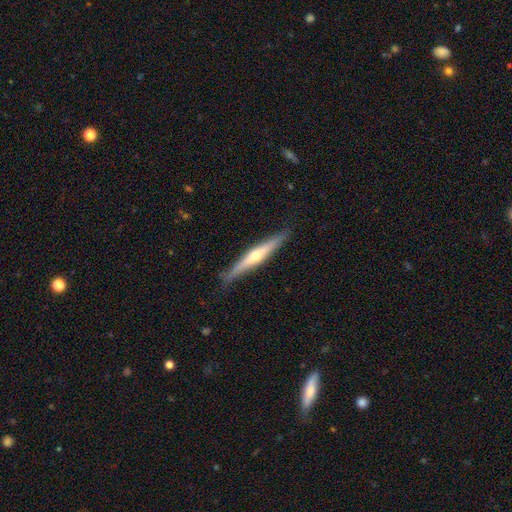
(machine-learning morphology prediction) A featured or disk galaxy (67%) viewed edge-on (97%) with a rounded central bulge (83%). Merging: none (88%).